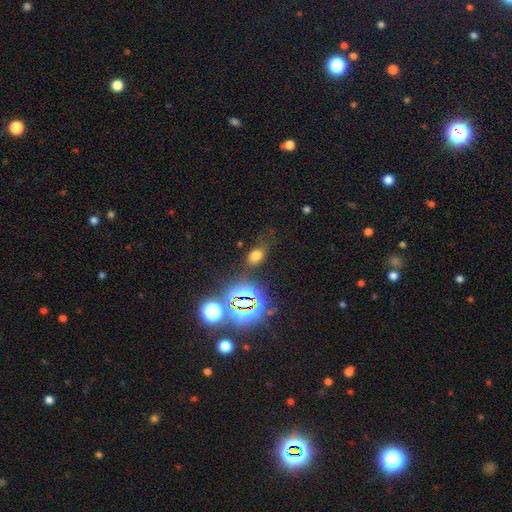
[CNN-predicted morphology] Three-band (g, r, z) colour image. It shows a smooth galaxy with no disk features (63%) that is in between round and cigar-shaped (76%). Merging: none (68%).